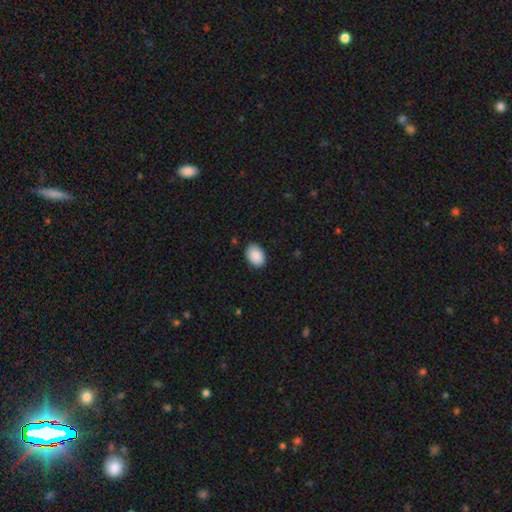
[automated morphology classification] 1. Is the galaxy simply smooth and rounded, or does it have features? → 90% smooth, 7% star or artifact, 3% featured or disk.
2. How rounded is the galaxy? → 82% in between, 17% round, 1% cigar-shaped.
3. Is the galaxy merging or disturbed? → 87% none, 10% minor disturbance, 2% major disturbance, 1% merger.